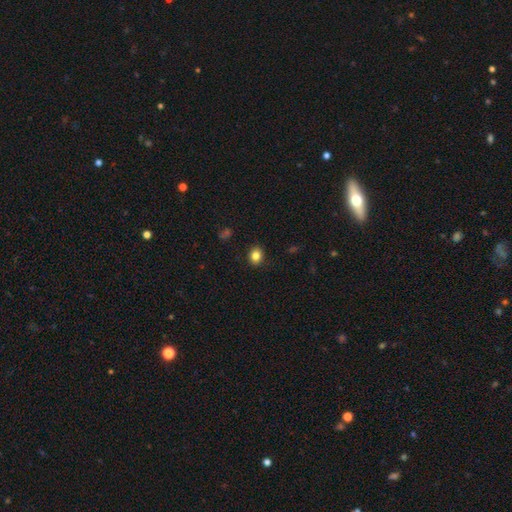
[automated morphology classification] Overall: smooth (82%). How rounded: round (62%; in between 37%). Merging: none (90%).